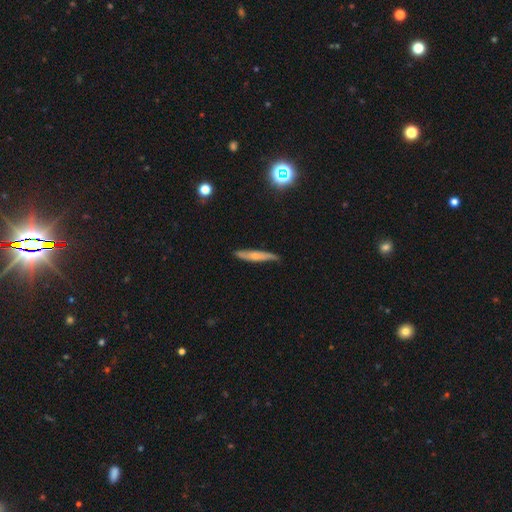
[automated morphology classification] This is possibly a smooth galaxy (51%). How rounded: clearly cigar-shaped (88%). Merging: likely none (76%).